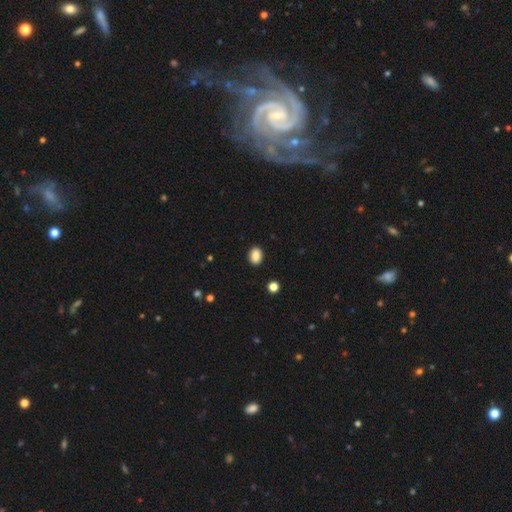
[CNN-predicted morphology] Q: Smooth or featured?
A: smooth (87%); runner-up: star or artifact (9%)
Q: How rounded?
A: in between (70%); runner-up: round (28%)
Q: Merging?
A: none (90%); runner-up: minor disturbance (7%)